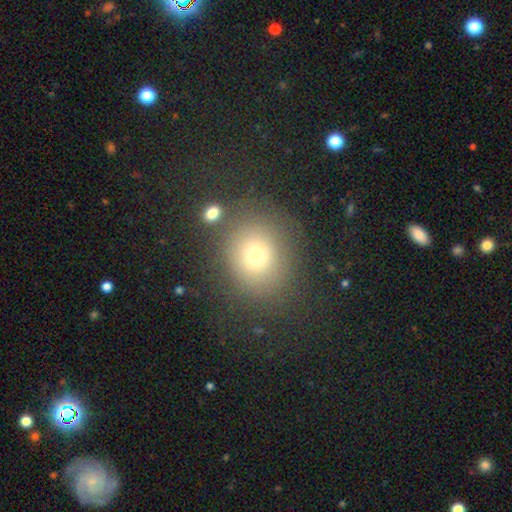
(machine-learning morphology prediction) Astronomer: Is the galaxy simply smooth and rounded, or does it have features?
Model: smooth — 66%.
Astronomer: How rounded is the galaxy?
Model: round — 76%.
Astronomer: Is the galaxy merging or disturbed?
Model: none — 79%.